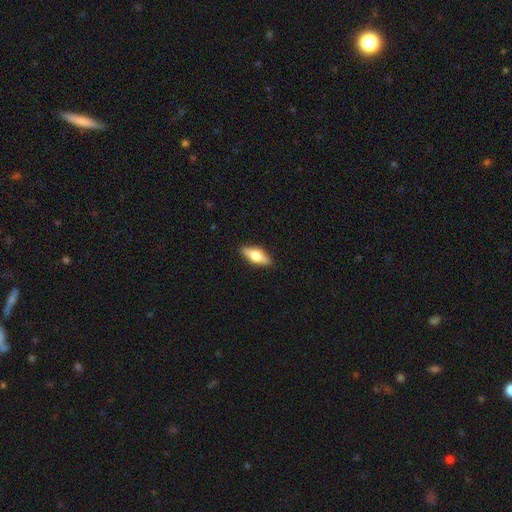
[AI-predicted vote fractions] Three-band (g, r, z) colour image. It shows a featured or disk galaxy (48%). Merging: none (89%).